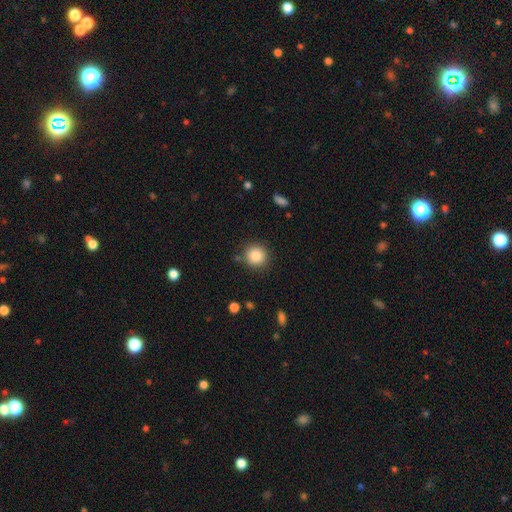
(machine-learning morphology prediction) Smooth or featured? Predicted: smooth (p=0.86). How rounded? Predicted: round (p=0.92). Merging? Predicted: none (p=0.86).